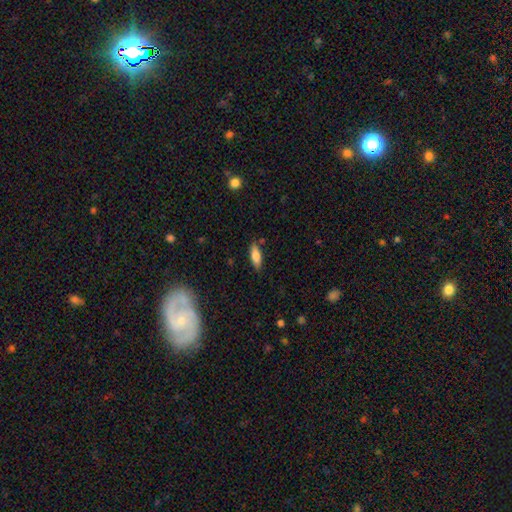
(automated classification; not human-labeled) This appears to be a smooth galaxy with no disk features (80%) that is in between round and cigar-shaped (68%). Merging: none (80%).